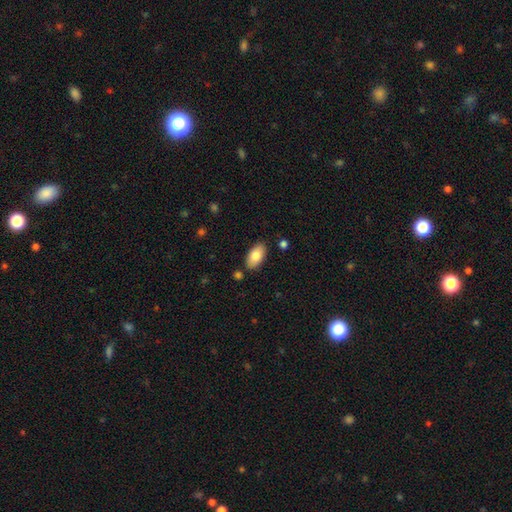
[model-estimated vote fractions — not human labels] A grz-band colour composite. It shows a smooth galaxy with no disk features (81%) that is in between round and cigar-shaped (95%). Merging: none (85%).